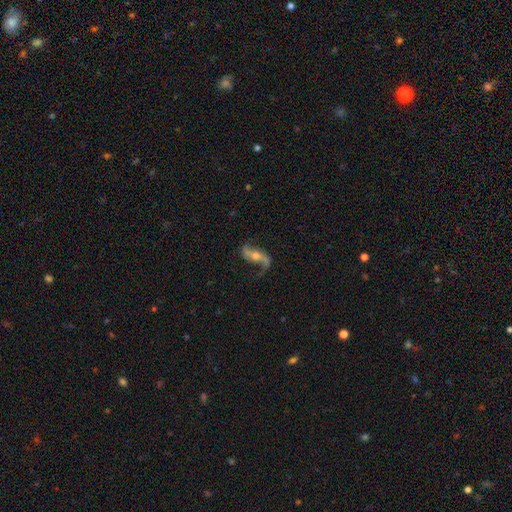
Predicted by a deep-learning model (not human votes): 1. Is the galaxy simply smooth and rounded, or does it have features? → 86% featured or disk, 9% smooth, 6% star or artifact.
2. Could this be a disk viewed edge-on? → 92% no, 8% yes.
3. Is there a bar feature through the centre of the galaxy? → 40% no, 30% strong, 30% weak.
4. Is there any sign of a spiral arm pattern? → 95% yes, 5% no.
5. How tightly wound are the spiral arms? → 83% loose, 13% medium, 4% tight.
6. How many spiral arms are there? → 92% 2, 4% 1, 2% can't tell, 1% 3, 1% 4, 1% more than 4.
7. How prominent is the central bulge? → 61% moderate, 31% small, 5% large, 2% none, 1% dominant.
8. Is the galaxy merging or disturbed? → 74% none, 15% minor disturbance, 9% major disturbance, 2% merger.